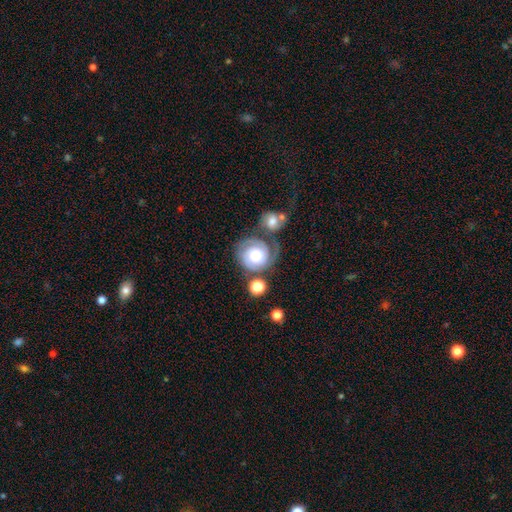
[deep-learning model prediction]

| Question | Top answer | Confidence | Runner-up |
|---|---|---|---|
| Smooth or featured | featured or disk | 71% | smooth (23%) |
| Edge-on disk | no | 98% | yes (2%) |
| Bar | no | 76% | weak (20%) |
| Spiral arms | yes | 93% | no (7%) |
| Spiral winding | tight | 69% | medium (24%) |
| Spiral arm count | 2 | 58% | 1 (16%) |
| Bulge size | moderate | 54% | large (22%) |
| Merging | none | 49% | merger (21%) |